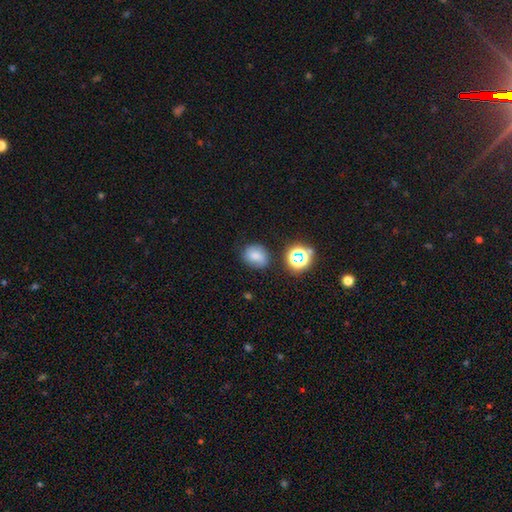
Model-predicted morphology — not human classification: Smooth or featured: smooth — 74% (star or artifact — 15%)
How rounded: round — 68% (in between — 31%)
Merging: none — 73% (minor disturbance — 18%)